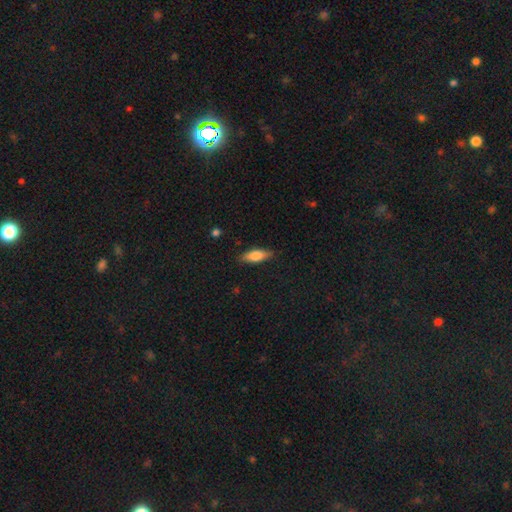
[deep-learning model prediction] smooth_or_featured: smooth (p=0.75) [alt: featured or disk p=0.19]
how_rounded: in between (p=0.61) [alt: cigar-shaped p=0.37]
merging: none (p=0.84) [alt: minor disturbance p=0.12]